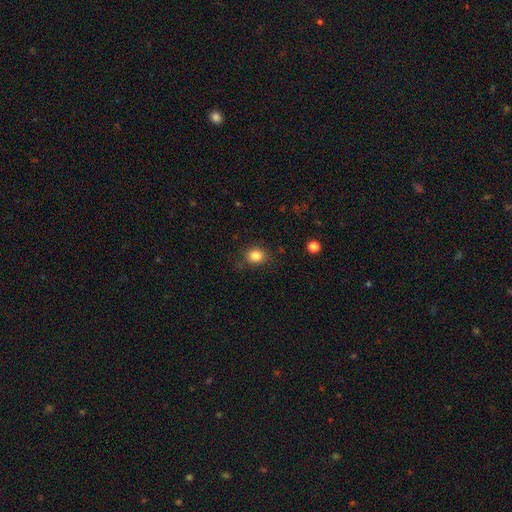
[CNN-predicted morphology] Overall: smooth (84%). How rounded: round (70%). Merging: none (83%).